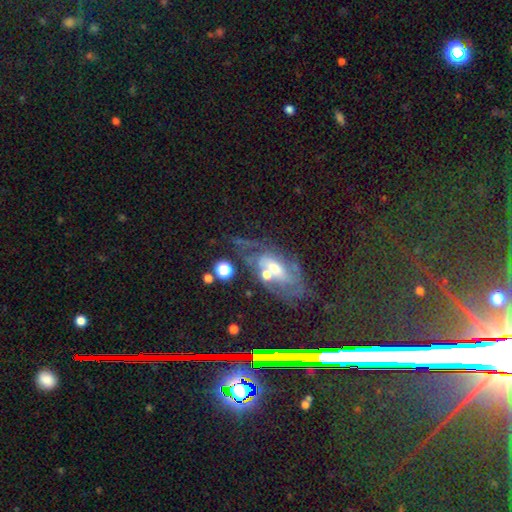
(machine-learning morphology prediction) featured or disk 43%, star or artifact 37%, smooth 20%. Down the decision tree: merging — none (59%).